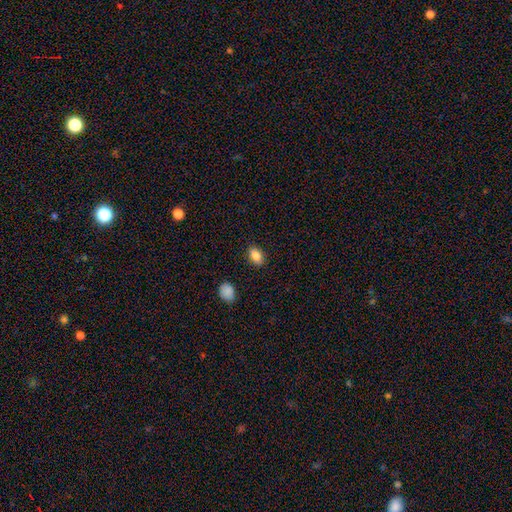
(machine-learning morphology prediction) Smooth or featured?
  - smooth: 84% *
  - star or artifact: 8%
  - featured or disk: 7%
How rounded?
  - in between: 87% *
  - round: 11%
  - cigar-shaped: 2%
Merging?
  - none: 88% *
  - minor disturbance: 8%
  - major disturbance: 2%
  - merger: 1%